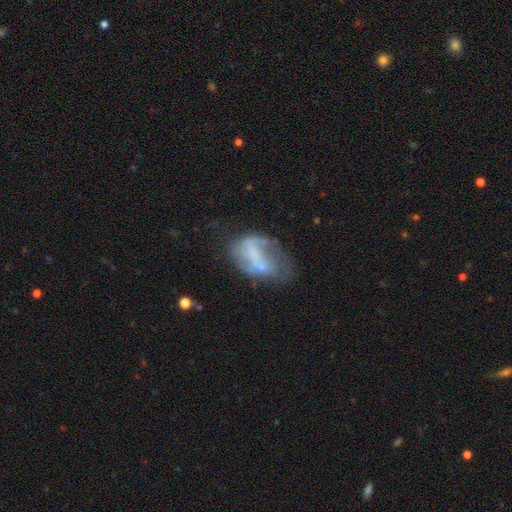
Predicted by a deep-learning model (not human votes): This is possibly a featured or disk galaxy (56%). It is clearly not viewed edge-on (96%). Bar: possibly no (51%). Spiral arm pattern: possibly no (60%). Central bulge: likely none (62%). Merging: marginally none (34%).